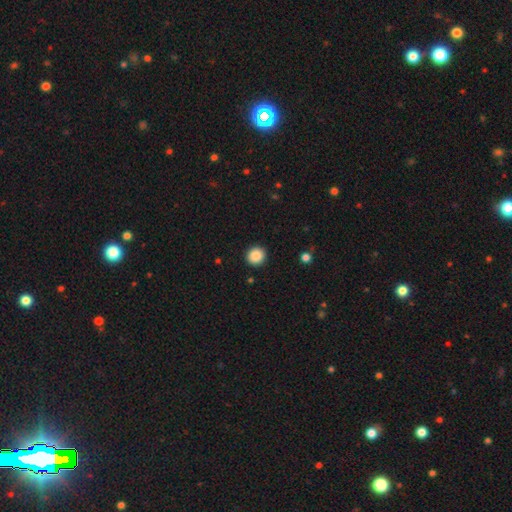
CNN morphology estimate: Smooth or featured? smooth (88%)
How rounded? round (93%)
Merging? none (92%)